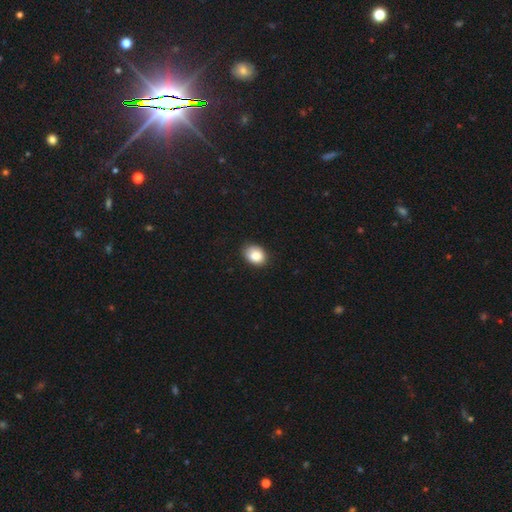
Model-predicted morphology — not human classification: Smooth or featured? Predicted: smooth (p=0.86). How rounded? Predicted: in between (p=0.67). Merging? Predicted: none (p=0.79).